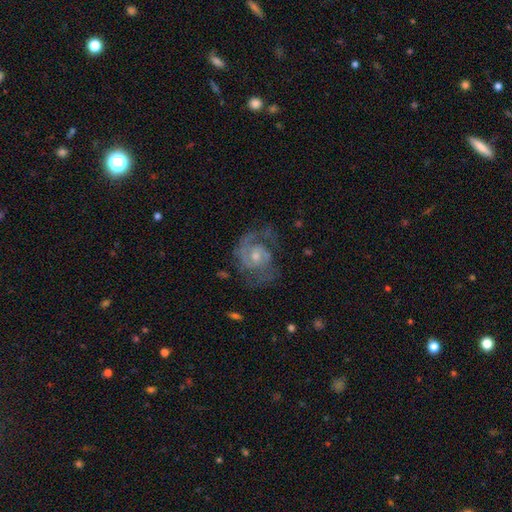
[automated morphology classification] Overall: featured or disk (86%). Edge-on disk: no (98%). Bar: no (62%; weak 33%). Spiral arms: yes (96%). Spiral arm count: 2 (73%). Spiral winding: medium (47%; tight 39%). Bulge size: small (51%; moderate 43%). Merging: none (66%).